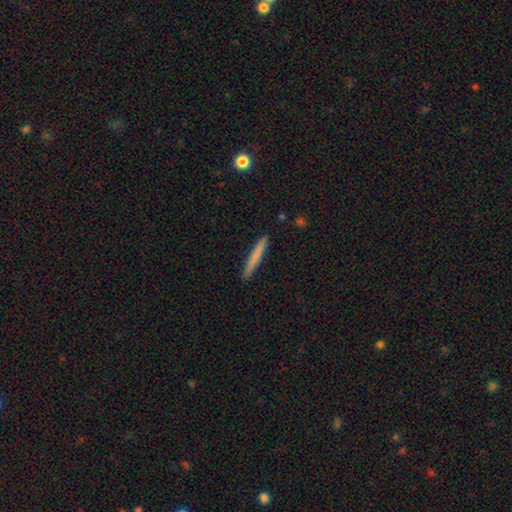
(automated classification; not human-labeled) Smooth or featured?
  - smooth: 70% *
  - featured or disk: 24%
  - star or artifact: 5%
How rounded?
  - cigar-shaped: 97% *
  - in between: 2%
  - round: 1%
Merging?
  - none: 92% *
  - minor disturbance: 6%
  - major disturbance: 1%
  - merger: 1%